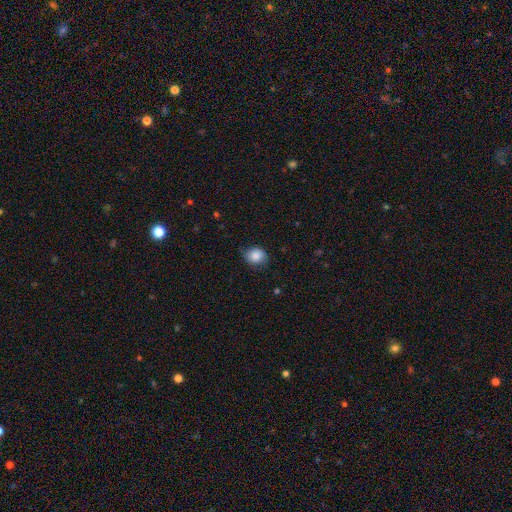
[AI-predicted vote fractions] A smooth galaxy with no disk features (83%) that is round (59%). Merging: none (67%).